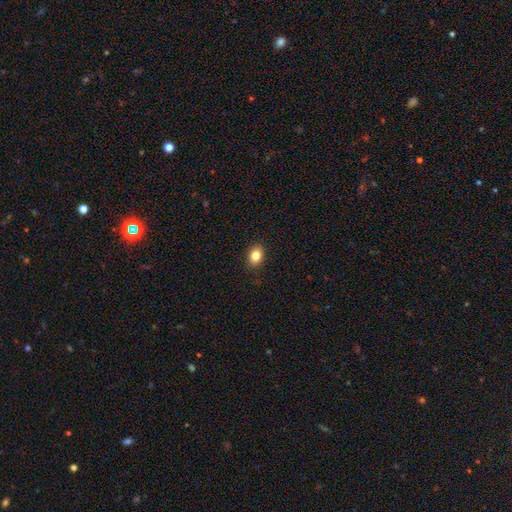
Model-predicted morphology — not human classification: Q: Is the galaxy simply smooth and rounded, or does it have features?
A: smooth — 83%.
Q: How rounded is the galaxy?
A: in between — 70%.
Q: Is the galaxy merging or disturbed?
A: none — 89%.